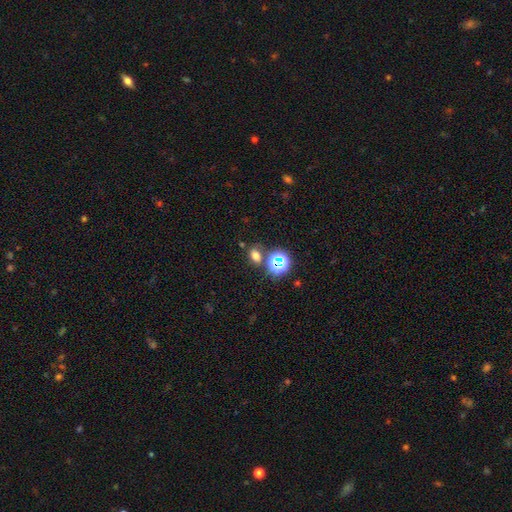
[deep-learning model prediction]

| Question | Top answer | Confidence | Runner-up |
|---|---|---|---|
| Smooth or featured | smooth | 65% | star or artifact (27%) |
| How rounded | in between | 64% | round (34%) |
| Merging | none | 70% | merger (14%) |